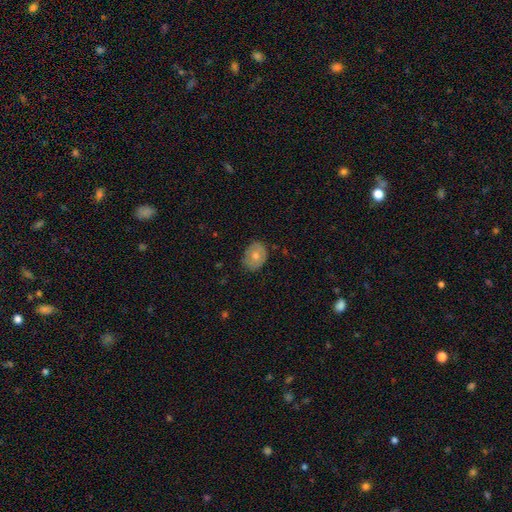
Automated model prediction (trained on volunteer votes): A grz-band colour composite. It shows a smooth galaxy with no disk features (60%) that is in between round and cigar-shaped (51%). Merging: none (76%).